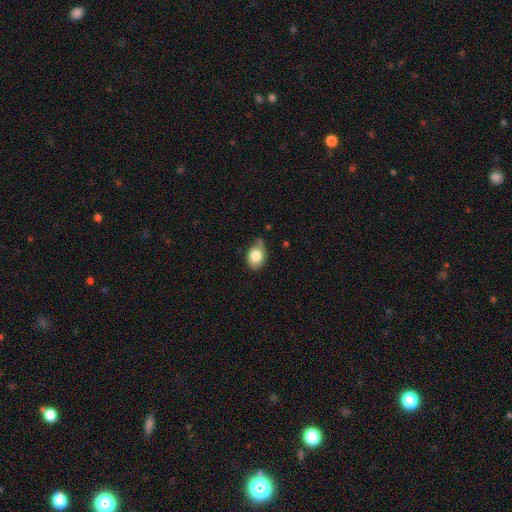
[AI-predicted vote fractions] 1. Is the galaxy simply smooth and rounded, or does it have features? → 82% smooth, 10% featured or disk, 8% star or artifact.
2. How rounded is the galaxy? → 65% in between, 33% round, 1% cigar-shaped.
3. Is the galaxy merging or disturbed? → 54% none, 34% minor disturbance, 7% major disturbance, 5% merger.